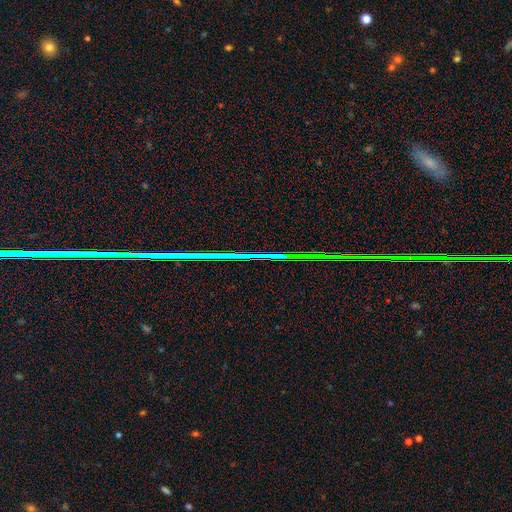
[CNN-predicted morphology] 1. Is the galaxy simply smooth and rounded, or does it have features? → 86% star or artifact, 7% featured or disk, 7% smooth.